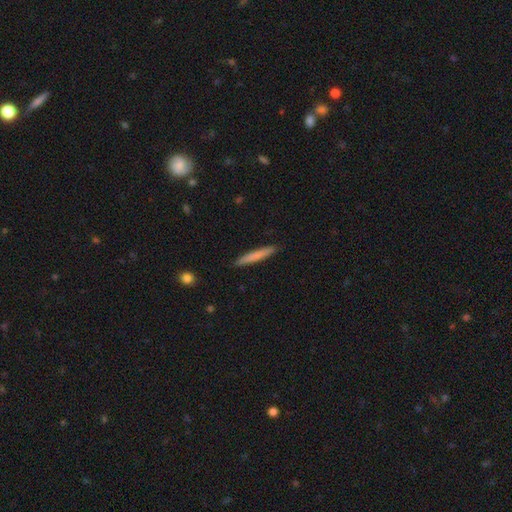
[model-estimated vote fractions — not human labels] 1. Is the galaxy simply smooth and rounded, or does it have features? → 75% smooth, 20% featured or disk, 5% star or artifact.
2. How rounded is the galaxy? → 95% cigar-shaped, 3% in between, 1% round.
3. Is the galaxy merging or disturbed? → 91% none, 6% minor disturbance, 1% major disturbance, 1% merger.